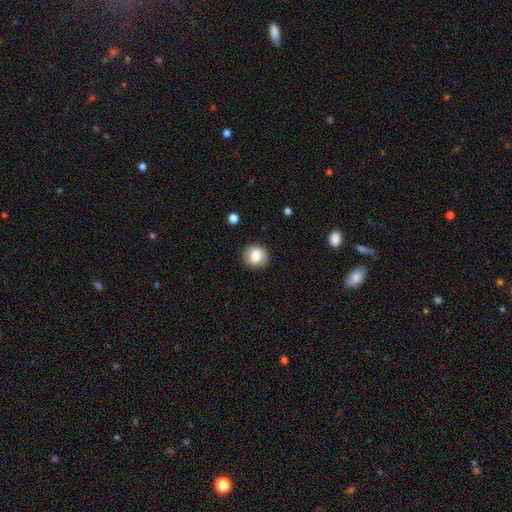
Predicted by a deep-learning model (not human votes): This is likely a smooth galaxy (76%). How rounded: clearly round (82%). Merging: clearly none (87%).